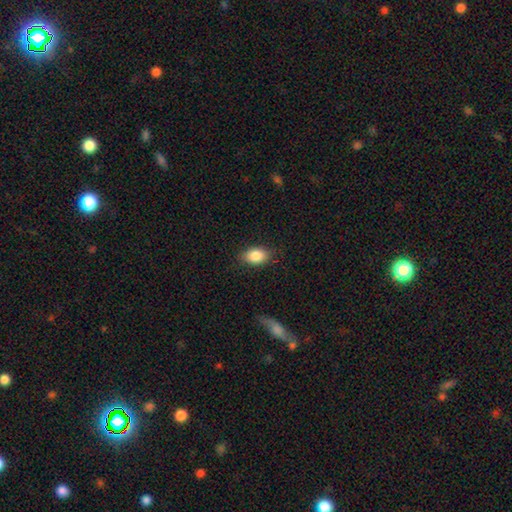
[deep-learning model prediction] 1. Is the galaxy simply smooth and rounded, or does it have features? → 85% smooth, 8% star or artifact, 7% featured or disk.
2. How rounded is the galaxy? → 84% in between, 14% round, 2% cigar-shaped.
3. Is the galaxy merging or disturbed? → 83% none, 13% minor disturbance, 3% major disturbance, 1% merger.